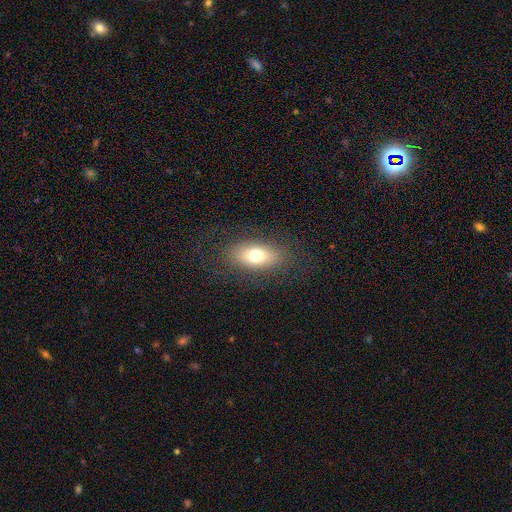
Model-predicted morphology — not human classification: Smooth or featured?
  - smooth: 72% *
  - featured or disk: 18%
  - star or artifact: 10%
How rounded?
  - in between: 83% *
  - cigar-shaped: 9%
  - round: 8%
Merging?
  - none: 84% *
  - minor disturbance: 11%
  - major disturbance: 5%
  - merger: 1%